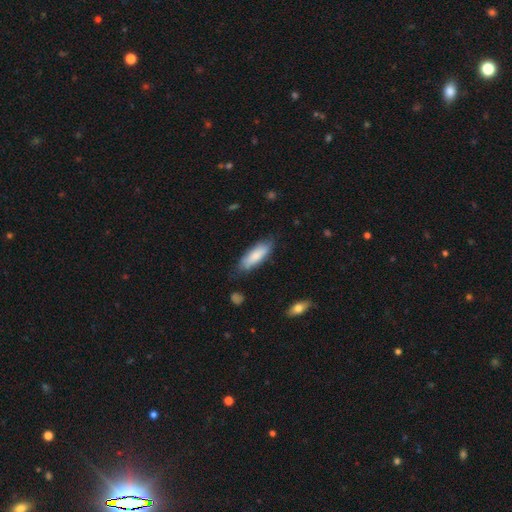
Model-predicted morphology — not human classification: smooth_or_featured: smooth (p=0.80) [alt: featured or disk p=0.15]
how_rounded: in between (p=0.57) [alt: cigar-shaped p=0.41]
merging: none (p=0.73) [alt: minor disturbance p=0.20]